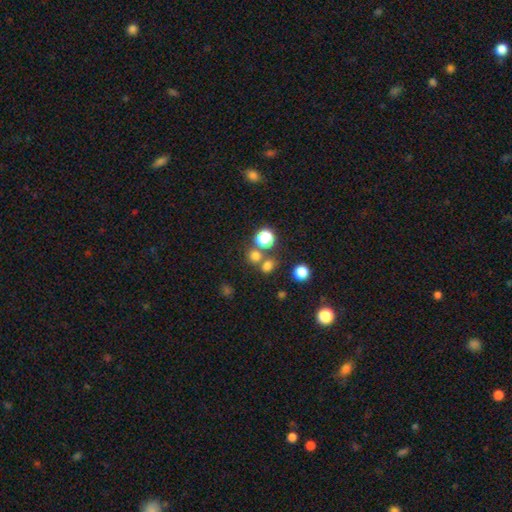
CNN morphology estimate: Smooth or featured: smooth — 71% (star or artifact — 22%)
How rounded: round — 83% (in between — 16%)
Merging: none — 64% (merger — 25%)